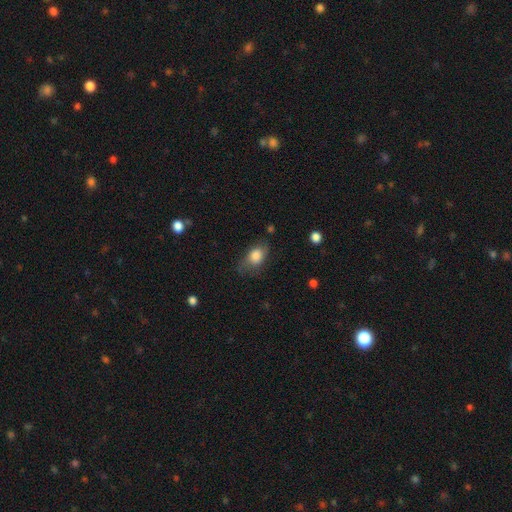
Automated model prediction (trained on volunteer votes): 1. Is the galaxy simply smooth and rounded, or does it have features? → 77% smooth, 15% featured or disk, 8% star or artifact.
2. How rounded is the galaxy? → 80% in between, 17% round, 3% cigar-shaped.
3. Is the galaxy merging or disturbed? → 59% none, 27% minor disturbance, 12% major disturbance, 2% merger.